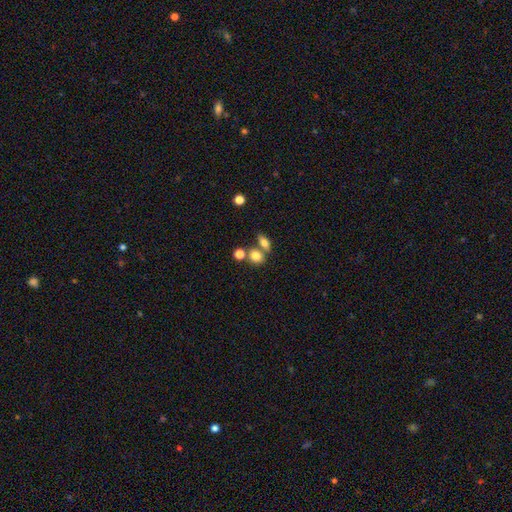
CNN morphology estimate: smooth-or-featured: smooth: 79% | star or artifact: 11% | featured or disk: 10%
  how-rounded: round: 53% | in between: 44% | cigar-shaped: 3%
  merging: none: 49% | merger: 36% | minor disturbance: 10% | major disturbance: 4%